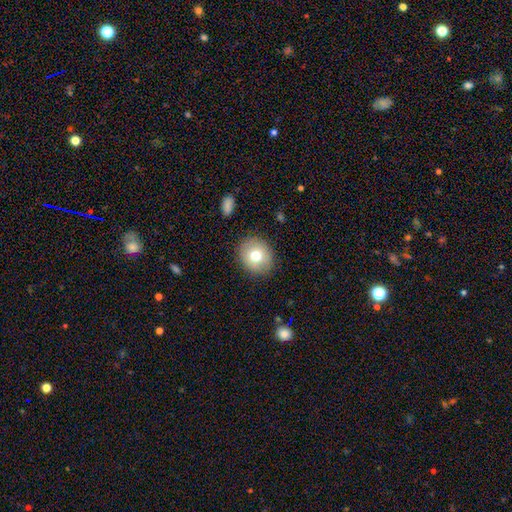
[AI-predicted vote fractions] smooth-or-featured: smooth: 73% | featured or disk: 17% | star or artifact: 10%
  how-rounded: round: 76% | in between: 23% | cigar-shaped: 1%
  merging: none: 87% | minor disturbance: 9% | major disturbance: 3% | merger: 1%